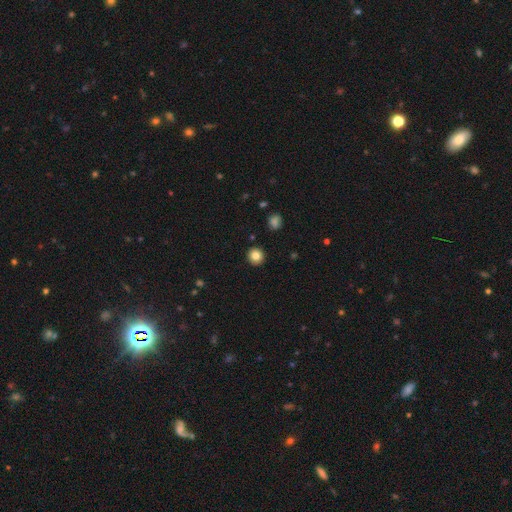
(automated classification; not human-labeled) Smooth or featured?
  - smooth: 83% *
  - star or artifact: 11%
  - featured or disk: 7%
How rounded?
  - round: 92% *
  - in between: 7%
  - cigar-shaped: 1%
Merging?
  - none: 92% *
  - minor disturbance: 5%
  - major disturbance: 2%
  - merger: 1%